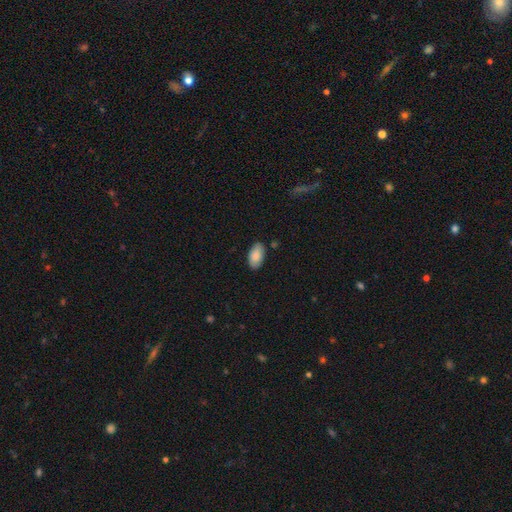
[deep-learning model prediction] Morphology: type=smooth (87%); roundness=in between (95%); merging=none (83%).